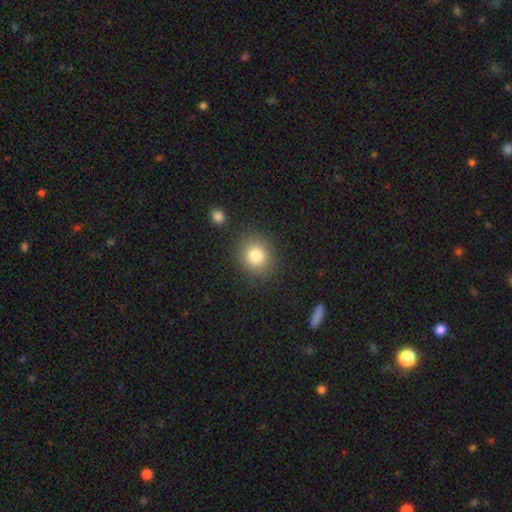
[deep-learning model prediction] Overall: smooth (81%). How rounded: round (74%). Merging: none (85%).